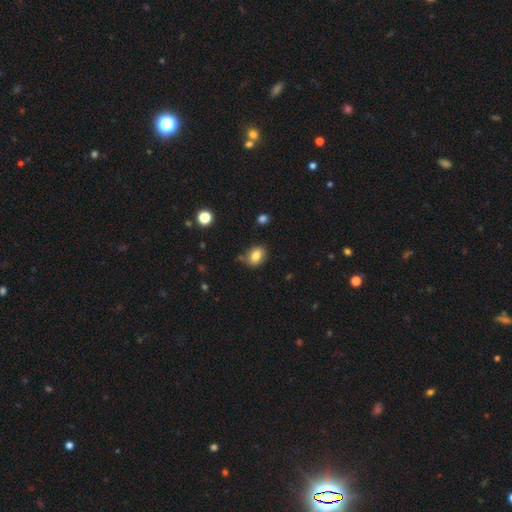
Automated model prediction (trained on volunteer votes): smooth-or-featured: smooth: 81% | star or artifact: 10% | featured or disk: 9%
  how-rounded: in between: 66% | round: 33% | cigar-shaped: 1%
  merging: none: 73% | minor disturbance: 18% | merger: 5% | major disturbance: 4%